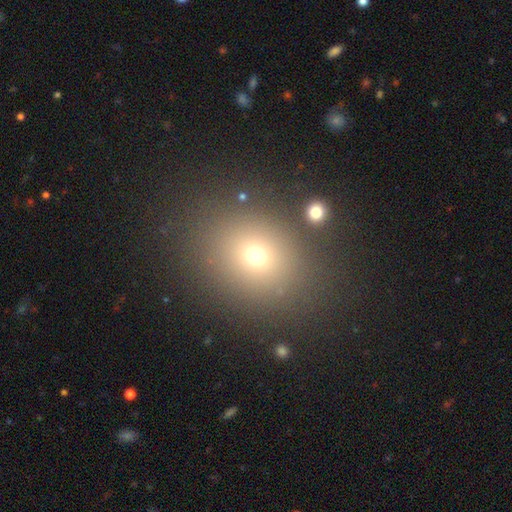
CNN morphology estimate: smooth-or-featured: smooth: 67% | star or artifact: 22% | featured or disk: 11%
  how-rounded: round: 60% | in between: 39% | cigar-shaped: 1%
  merging: none: 84% | minor disturbance: 8% | major disturbance: 5% | merger: 3%